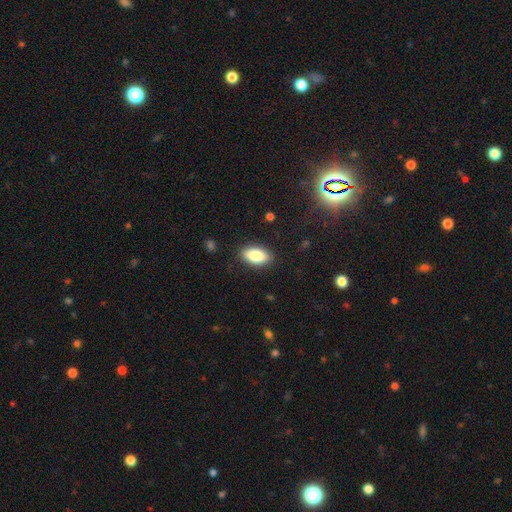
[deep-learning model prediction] The model was most divided on "smooth or featured": smooth: 85%, featured or disk: 8%, star or artifact: 7%. More confident: how rounded — in between (91%); merging — none (87%).